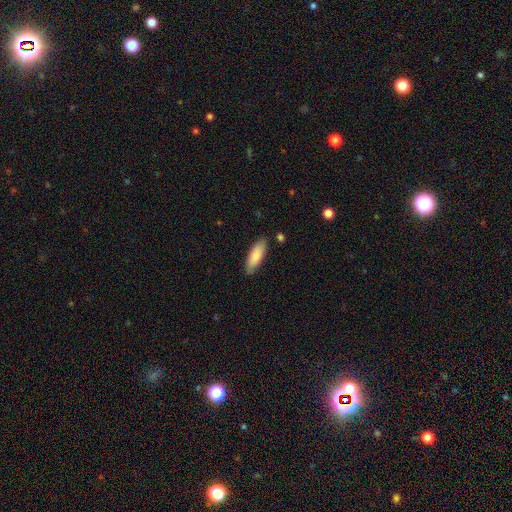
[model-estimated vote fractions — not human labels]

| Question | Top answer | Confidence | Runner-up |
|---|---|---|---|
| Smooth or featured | smooth | 83% | featured or disk (11%) |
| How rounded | in between | 61% | cigar-shaped (37%) |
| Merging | none | 85% | minor disturbance (11%) |